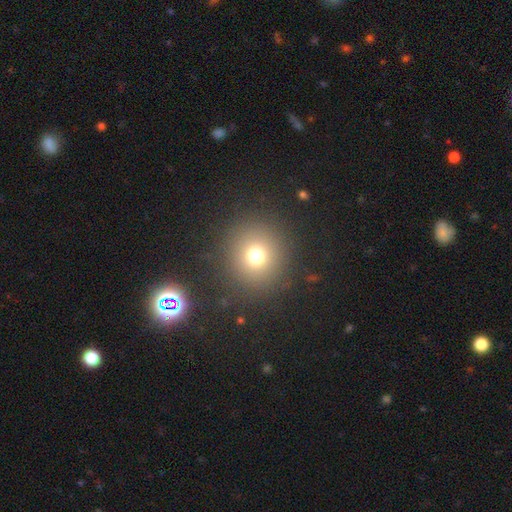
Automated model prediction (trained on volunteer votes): smooth 73%, star or artifact 17%, featured or disk 10%. Down the decision tree: how rounded — round (91%); merging — none (86%).